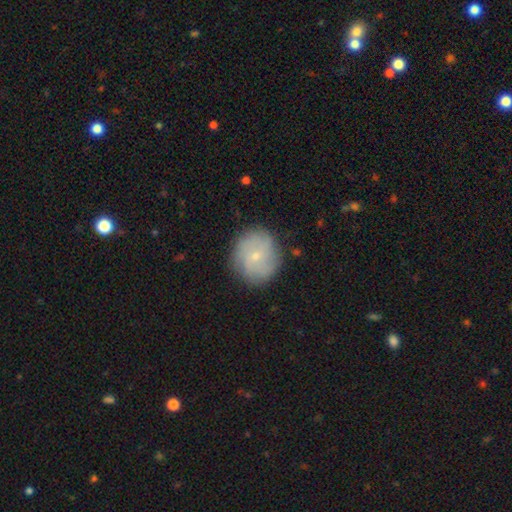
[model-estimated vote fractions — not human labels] Smooth or featured? Predicted: smooth (p=0.47). Merging? Predicted: none (p=0.82).